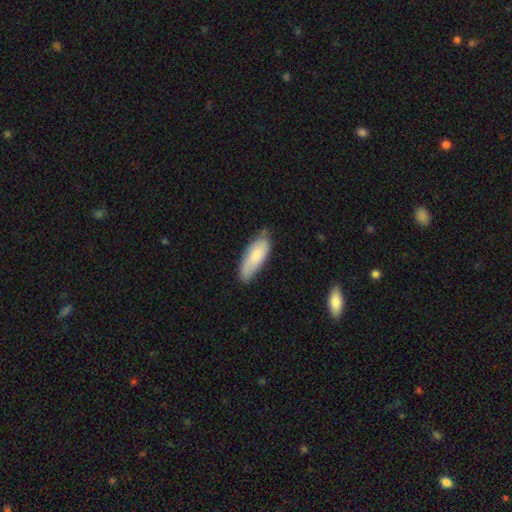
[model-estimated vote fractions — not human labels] smooth-or-featured: smooth: 77% | featured or disk: 17% | star or artifact: 6%
  how-rounded: in between: 73% | cigar-shaped: 26% | round: 2%
  merging: none: 65% | minor disturbance: 28% | major disturbance: 4% | merger: 2%